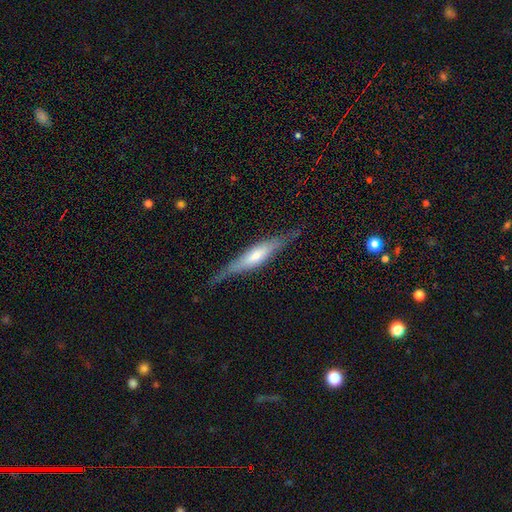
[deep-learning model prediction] This is likely a featured or disk galaxy (60%). It is clearly viewed edge-on (91%). Edge-on bulge: possibly rounded (59%). Merging: likely none (77%).